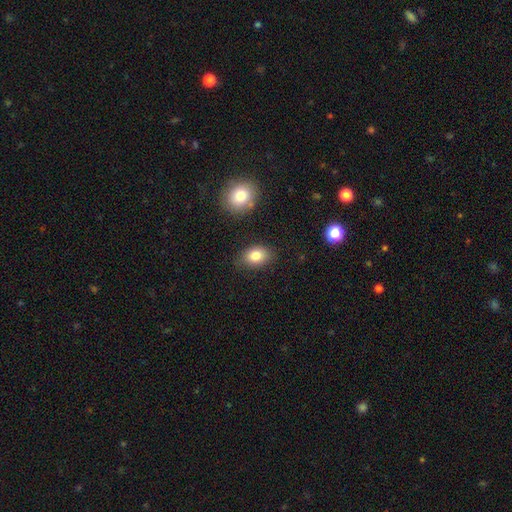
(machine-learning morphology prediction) Smooth or featured?
  - smooth: 81% *
  - featured or disk: 10%
  - star or artifact: 9%
How rounded?
  - in between: 79% *
  - round: 20%
  - cigar-shaped: 1%
Merging?
  - none: 81% *
  - minor disturbance: 13%
  - merger: 3%
  - major disturbance: 3%